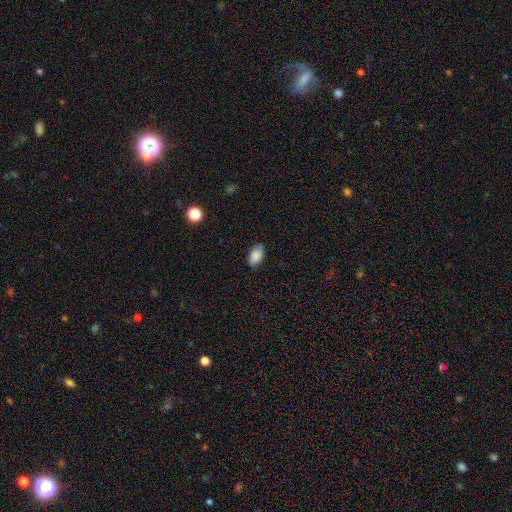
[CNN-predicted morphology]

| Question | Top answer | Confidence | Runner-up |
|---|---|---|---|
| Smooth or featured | smooth | 85% | star or artifact (8%) |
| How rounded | in between | 93% | round (5%) |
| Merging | none | 81% | minor disturbance (15%) |